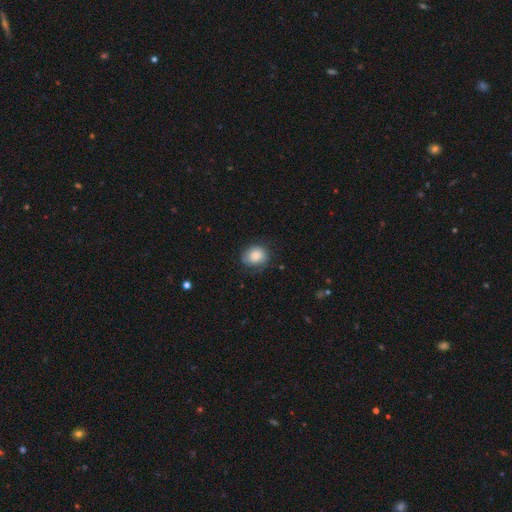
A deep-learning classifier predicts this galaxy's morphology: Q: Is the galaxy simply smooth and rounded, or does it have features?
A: smooth — 80%.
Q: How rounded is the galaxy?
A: round — 69%.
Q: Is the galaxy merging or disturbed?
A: none — 67%.